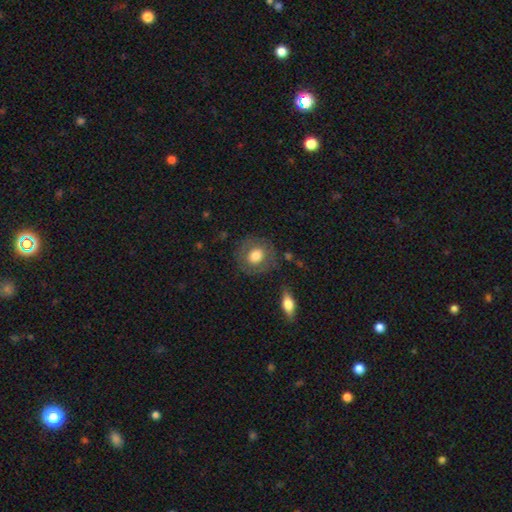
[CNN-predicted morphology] Overall: smooth (67%). How rounded: round (80%). Merging: none (80%).